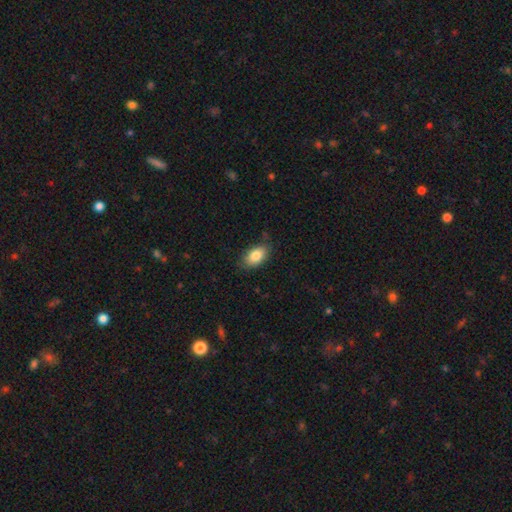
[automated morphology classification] Overall: smooth (84%). How rounded: in between (92%). Merging: none (80%).